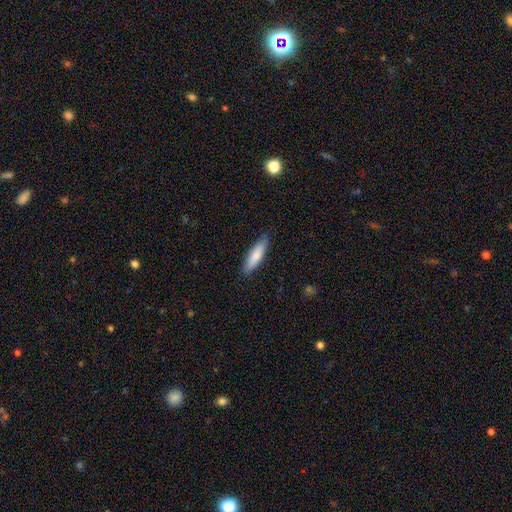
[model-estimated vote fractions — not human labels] This appears to be a smooth galaxy with no disk features (81%) that is cigar-shaped (66%). Merging: none (86%).